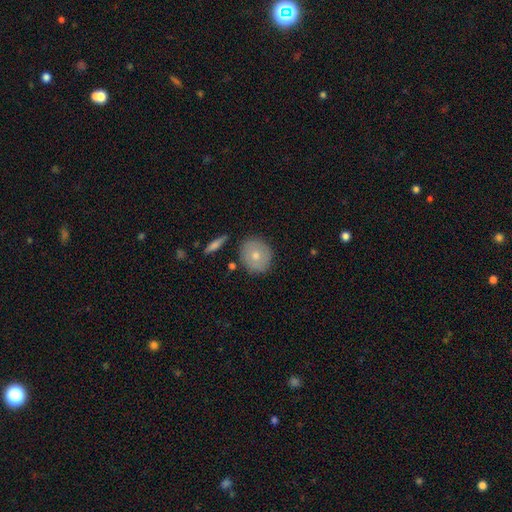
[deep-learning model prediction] Q: Smooth or featured?
A: smooth (69%); runner-up: featured or disk (24%)
Q: How rounded?
A: round (79%); runner-up: in between (19%)
Q: Merging?
A: none (82%); runner-up: minor disturbance (12%)